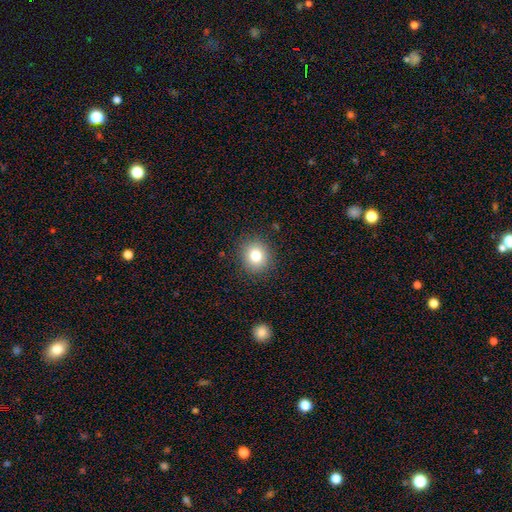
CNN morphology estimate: smooth-or-featured: smooth: 79% | star or artifact: 12% | featured or disk: 9%
  how-rounded: round: 83% | in between: 16% | cigar-shaped: 1%
  merging: none: 89% | minor disturbance: 7% | major disturbance: 3% | merger: 1%